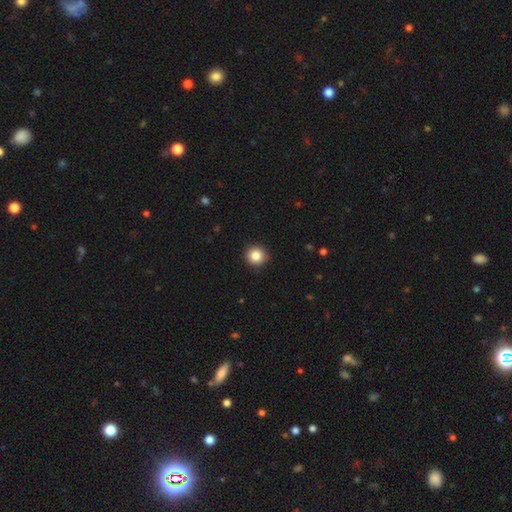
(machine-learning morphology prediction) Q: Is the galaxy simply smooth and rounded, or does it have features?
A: smooth — 85%.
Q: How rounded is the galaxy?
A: round — 93%.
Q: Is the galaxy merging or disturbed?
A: none — 91%.